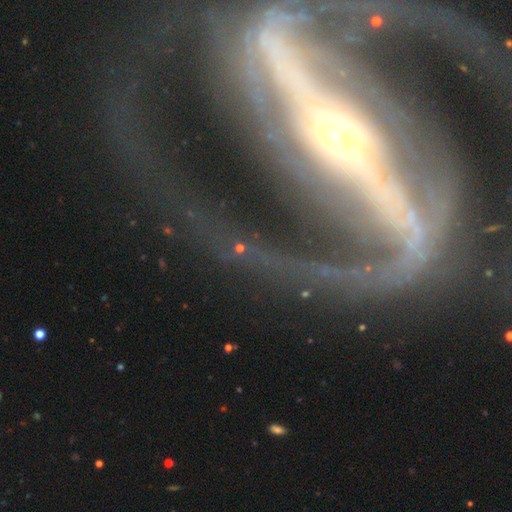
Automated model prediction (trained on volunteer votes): smooth-or-featured: featured or disk: 79% | star or artifact: 12% | smooth: 9%
  disk-edge-on: no: 81% | yes: 19%
    bar: strong: 49% | no: 29% | weak: 23%
    has-spiral-arms: yes: 77% | no: 23%
    bulge-size: moderate: 52% | small: 30% | large: 10% | dominant: 4% | none: 3%
  merging: none: 55% | major disturbance: 25% | minor disturbance: 14% | merger: 6%